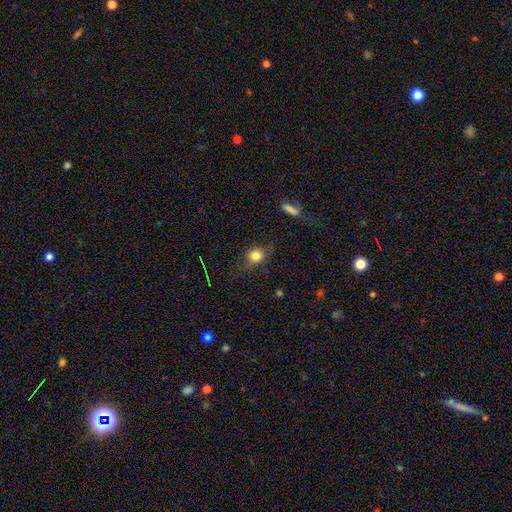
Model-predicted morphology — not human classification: This is likely a smooth galaxy (80%). How rounded: likely round (73%). Merging: likely none (71%).